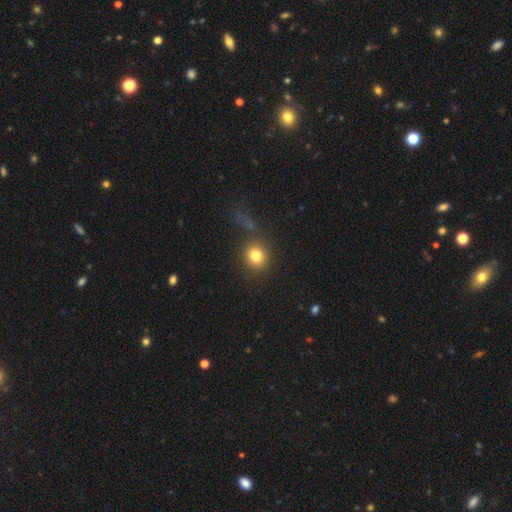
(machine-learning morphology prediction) A smooth galaxy with no disk features (81%) that is round (81%).

Vote fractions:
- Smooth or featured? smooth: 81% / star or artifact: 11% / featured or disk: 8%
- How rounded? round: 81% / in between: 18% / cigar-shaped: 1%
- Merging? none: 75% / minor disturbance: 11% / merger: 8% / major disturbance: 6%